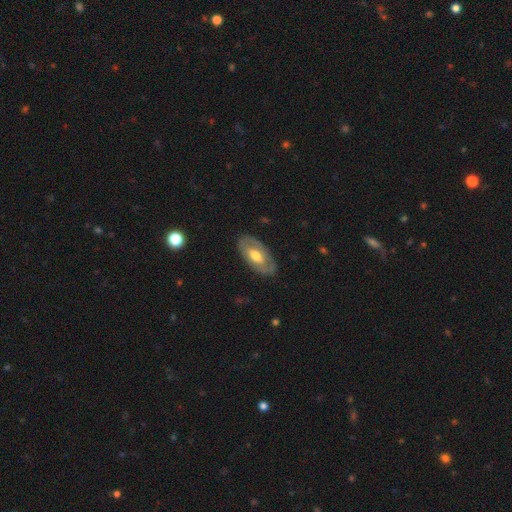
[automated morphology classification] Smooth or featured? Predicted: featured or disk (p=0.56). Edge-on disk? Predicted: no (p=0.88). Merging? Predicted: none (p=0.83).